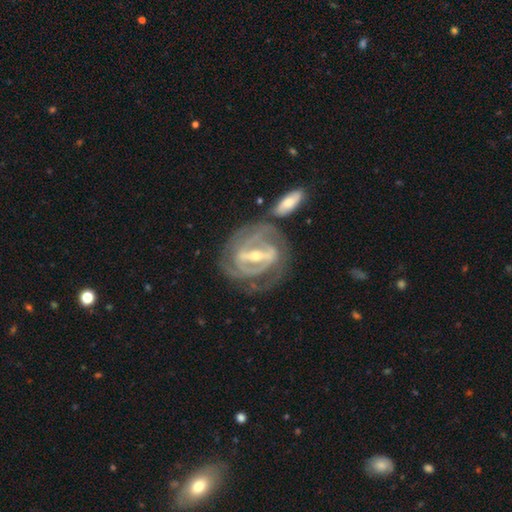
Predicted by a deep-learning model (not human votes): A featured or disk galaxy (89%) with a strong bar (74%), 2 (54%) tight (65%) spiral arms (90%) and a moderate central bulge (51%).

Vote fractions:
- Smooth or featured? featured or disk: 89% / smooth: 6% / star or artifact: 5%
- Edge-on disk? no: 93% / yes: 7%
- Bar? strong: 74% / weak: 20% / no: 6%
- Spiral arms? yes: 90% / no: 10%
- Spiral winding? tight: 65% / medium: 29% / loose: 7%
- Spiral arm count? 2: 54% / can't tell: 21% / 3: 14% / 4: 4% / 1: 4% / more than 4: 3%
- Bulge size? moderate: 51% / small: 44% / large: 3% / none: 1% / dominant: 1%
- Merging? none: 67% / minor disturbance: 14% / merger: 10% / major disturbance: 9%